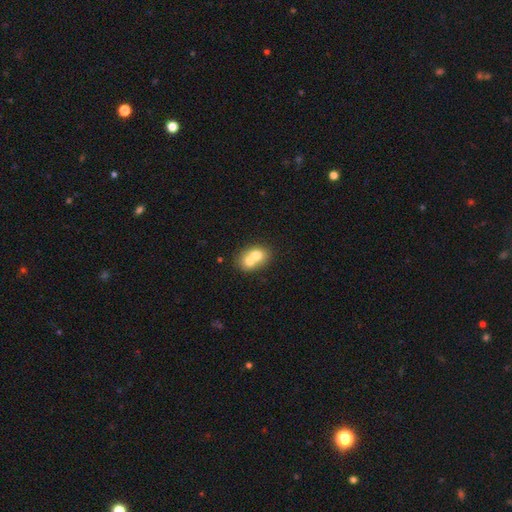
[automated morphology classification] The model was most divided on "how rounded": round: 56%, in between: 43%, cigar-shaped: 1%. More confident: merging — merger (70%); smooth or featured — smooth (68%).